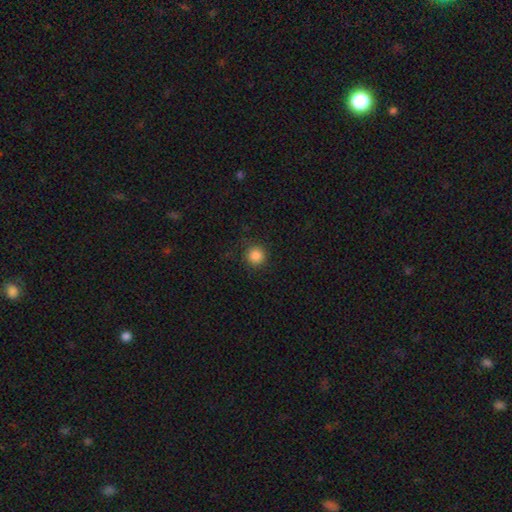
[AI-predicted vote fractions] Smooth or featured?
  - smooth: 85% *
  - star or artifact: 11%
  - featured or disk: 4%
How rounded?
  - round: 95% *
  - in between: 5%
  - cigar-shaped: 1%
Merging?
  - none: 87% *
  - minor disturbance: 9%
  - major disturbance: 3%
  - merger: 1%